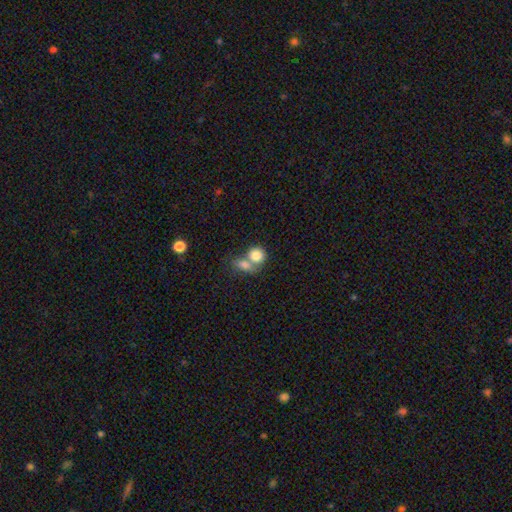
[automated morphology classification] Smooth or featured?
  - smooth: 81% *
  - featured or disk: 11%
  - star or artifact: 8%
How rounded?
  - round: 67% *
  - in between: 31%
  - cigar-shaped: 1%
Merging?
  - merger: 60% *
  - none: 29%
  - minor disturbance: 7%
  - major disturbance: 4%